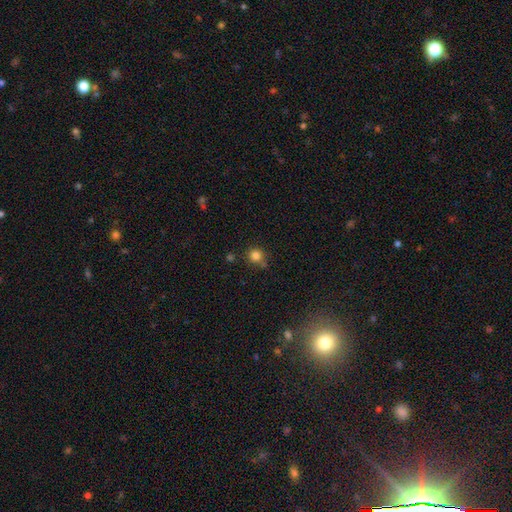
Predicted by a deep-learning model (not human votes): A smooth galaxy with no disk features (82%) that is round (91%).

Vote fractions:
- Smooth or featured? smooth: 82% / star or artifact: 12% / featured or disk: 5%
- How rounded? round: 91% / in between: 8% / cigar-shaped: 1%
- Merging? none: 73% / minor disturbance: 13% / merger: 10% / major disturbance: 4%